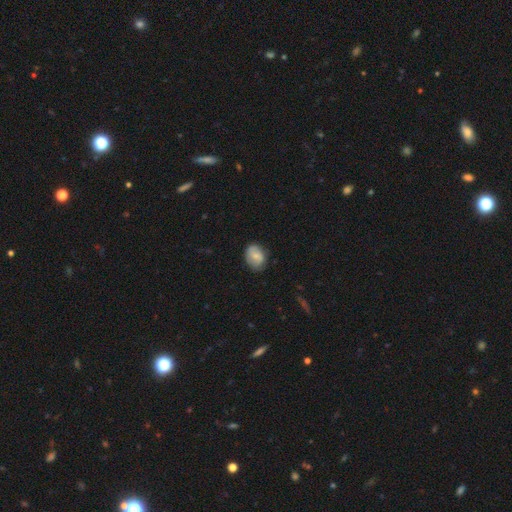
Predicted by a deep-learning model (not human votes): Morphology: type=smooth (69%); roundness=in between (69%); merging=none (73%).